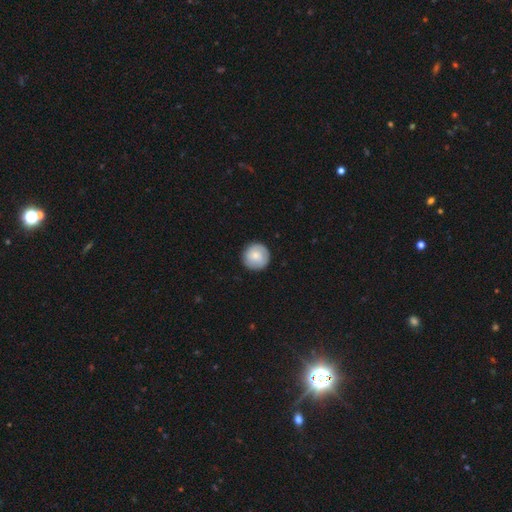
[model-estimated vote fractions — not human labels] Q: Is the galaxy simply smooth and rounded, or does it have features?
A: smooth — 73%.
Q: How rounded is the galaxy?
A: round — 96%.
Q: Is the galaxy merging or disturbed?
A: none — 88%.